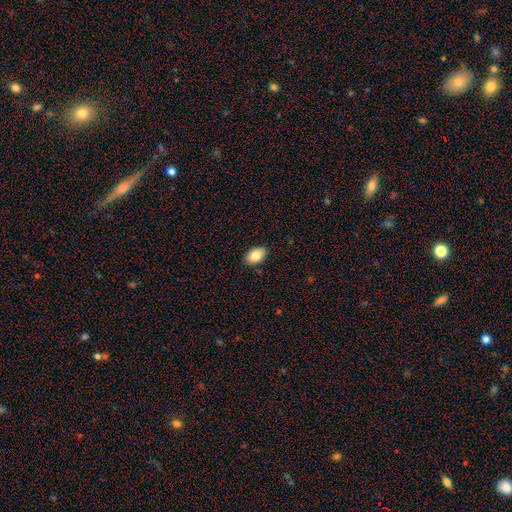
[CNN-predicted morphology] Smooth or featured? smooth (84%)
How rounded? in between (90%)
Merging? none (88%)